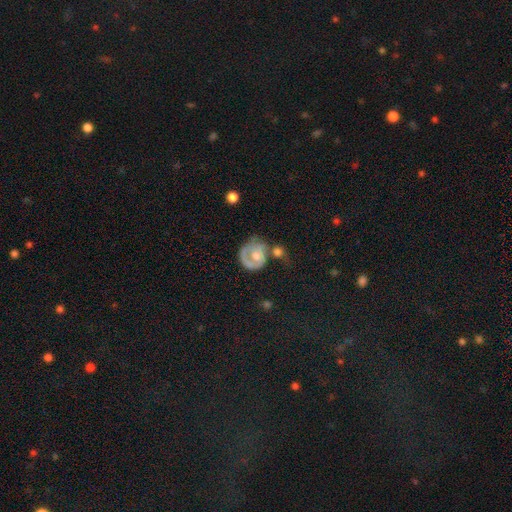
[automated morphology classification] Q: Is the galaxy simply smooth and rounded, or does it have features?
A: featured or disk — 58%.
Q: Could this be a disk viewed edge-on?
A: no — 98%.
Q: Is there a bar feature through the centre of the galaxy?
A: no — 78%.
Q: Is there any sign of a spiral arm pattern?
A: yes — 63%.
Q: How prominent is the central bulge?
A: moderate — 60%.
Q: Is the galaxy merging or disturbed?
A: none — 36%.